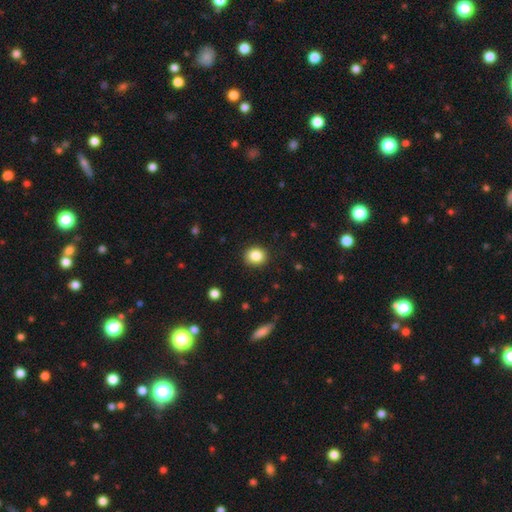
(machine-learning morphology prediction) type=smooth (86%); roundness=round (80%); merging=none (89%).